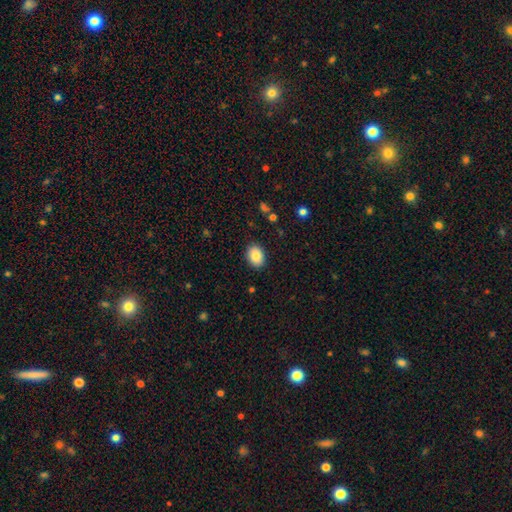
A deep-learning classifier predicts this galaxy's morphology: type=smooth (86%); roundness=in between (72%); merging=none (88%).